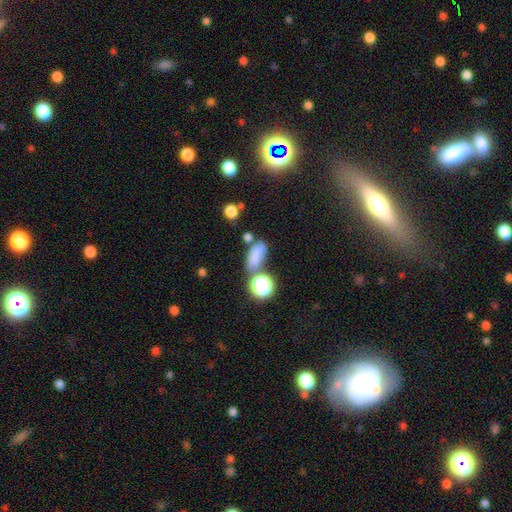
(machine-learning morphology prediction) Smooth or featured?
  - smooth: 72% *
  - star or artifact: 17%
  - featured or disk: 12%
How rounded?
  - in between: 77% *
  - round: 14%
  - cigar-shaped: 9%
Merging?
  - none: 49% *
  - merger: 22%
  - minor disturbance: 19%
  - major disturbance: 10%